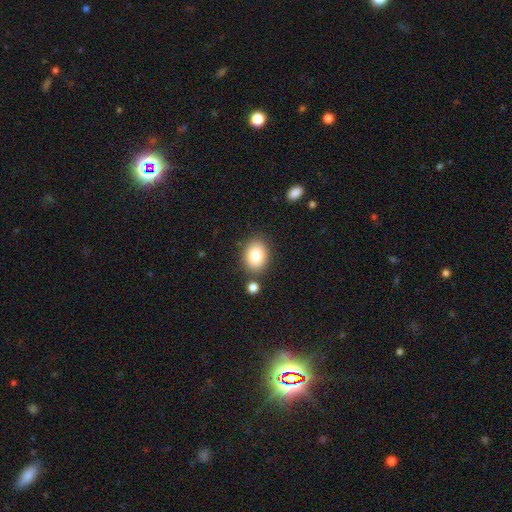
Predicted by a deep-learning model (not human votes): Q: Smooth or featured?
A: smooth (82%); runner-up: featured or disk (9%)
Q: How rounded?
A: in between (67%); runner-up: round (32%)
Q: Merging?
A: none (82%); runner-up: minor disturbance (10%)